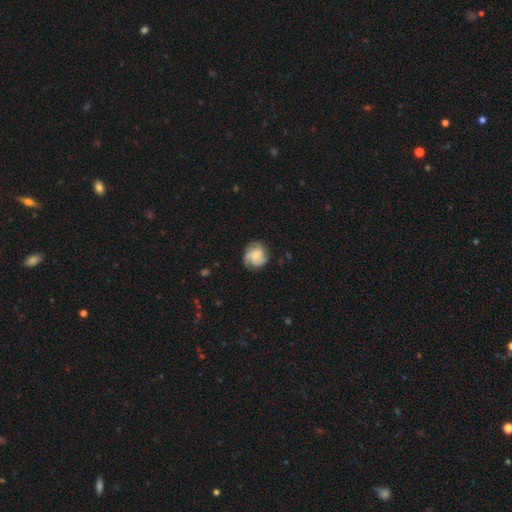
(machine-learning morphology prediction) The model was most divided on "spiral winding": tight: 46%, medium: 40%, loose: 14%. Remaining: edge-on disk — no (98%); spiral arms — yes (92%); merging — none (70%); bar — no (69%); smooth or featured — featured or disk (61%); spiral arm count — 3 (50%); bulge size — small (44%).